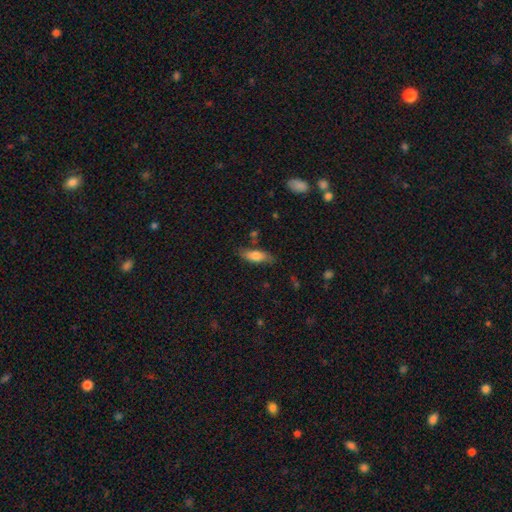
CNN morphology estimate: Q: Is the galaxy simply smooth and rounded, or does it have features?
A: smooth — 73%.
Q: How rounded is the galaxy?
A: in between — 63%.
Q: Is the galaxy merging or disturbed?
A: none — 76%.